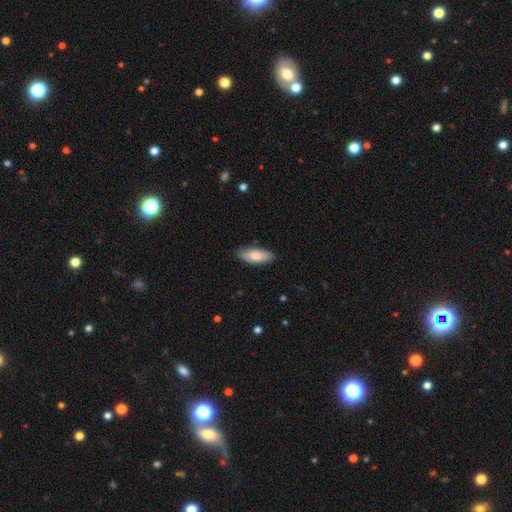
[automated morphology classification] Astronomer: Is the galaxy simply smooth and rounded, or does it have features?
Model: smooth — 81%.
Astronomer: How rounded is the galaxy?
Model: in between — 78%.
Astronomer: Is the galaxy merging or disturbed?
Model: none — 83%.